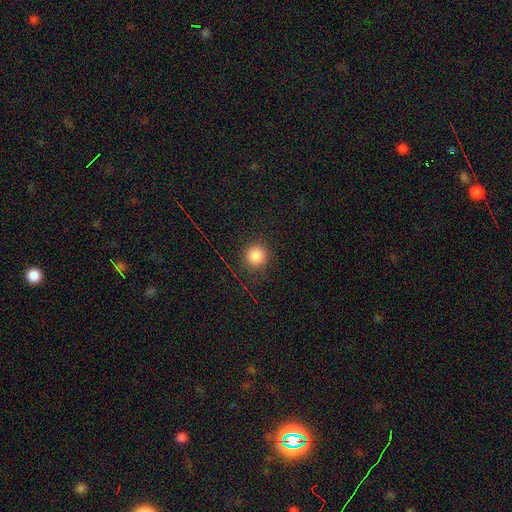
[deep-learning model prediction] The model was most divided on "smooth or featured": smooth: 83%, star or artifact: 13%, featured or disk: 4%. More confident: how rounded — round (92%); merging — none (88%).